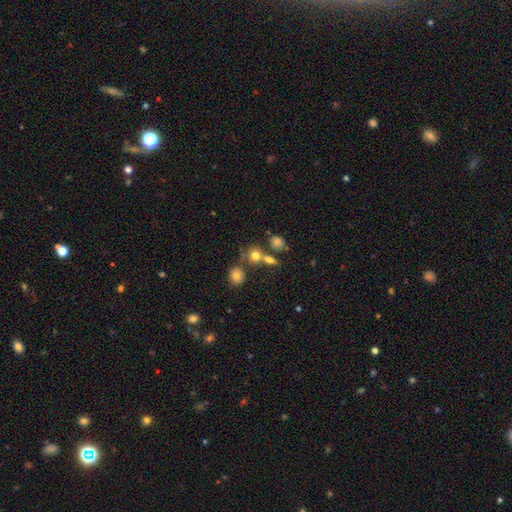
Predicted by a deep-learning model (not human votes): This is likely a smooth galaxy (72%). How rounded: likely round (77%). Merging: possibly none (53%).